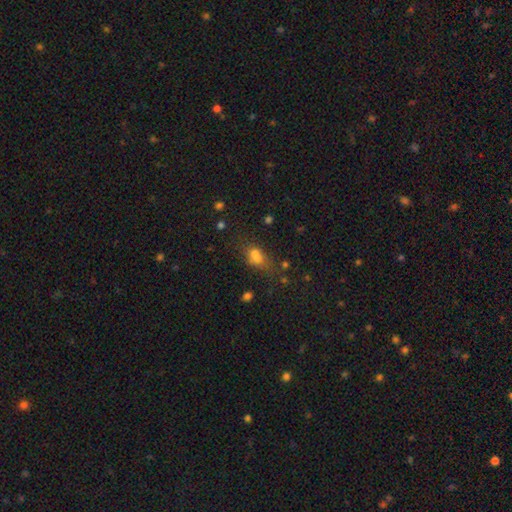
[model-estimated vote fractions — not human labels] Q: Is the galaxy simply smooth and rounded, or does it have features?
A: smooth — 67%.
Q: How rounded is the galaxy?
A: in between — 68%.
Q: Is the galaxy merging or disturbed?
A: none — 43%.